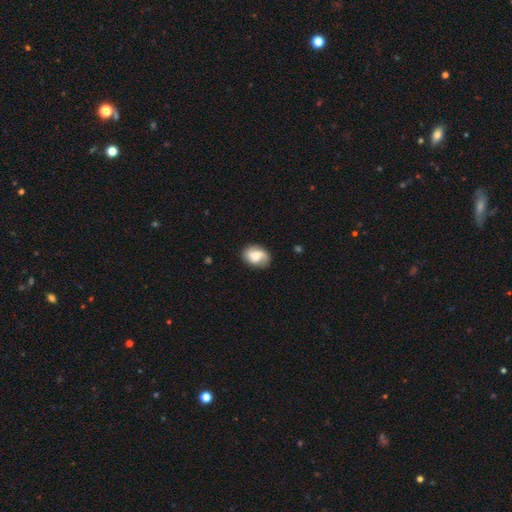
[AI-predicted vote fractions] Overall: smooth (53%; featured or disk 39%). How rounded: in between (68%; round 31%). Merging: none (76%).